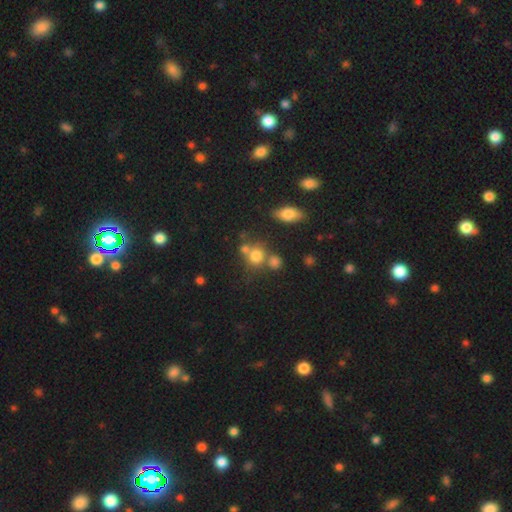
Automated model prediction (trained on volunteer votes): smooth 74%, star or artifact 15%, featured or disk 11%. Down the decision tree: how rounded — round (81%); merging — none (54%).